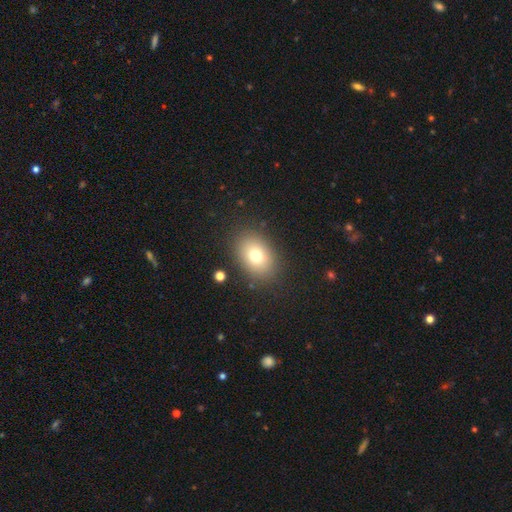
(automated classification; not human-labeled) The model was most divided on "how rounded": in between: 74%, round: 25%, cigar-shaped: 1%. More confident: merging — none (85%); smooth or featured — smooth (76%).